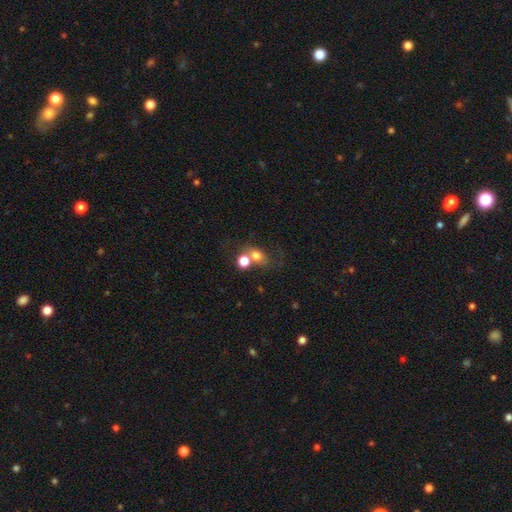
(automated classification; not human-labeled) smooth-or-featured: smooth: 72% | featured or disk: 14% | star or artifact: 14%
  how-rounded: round: 53% | in between: 46% | cigar-shaped: 2%
  merging: merger: 42% | none: 38% | minor disturbance: 12% | major disturbance: 8%